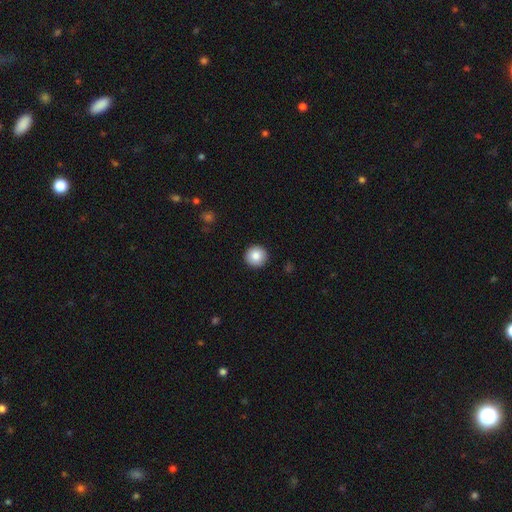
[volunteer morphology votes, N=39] A smooth galaxy with no disk features (92%) that is round (100%). Merging: none (97%).